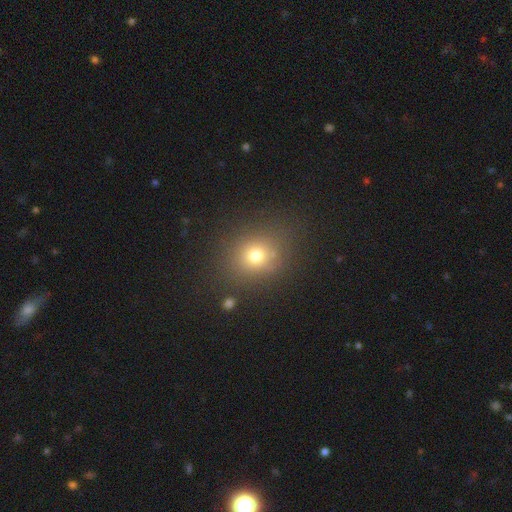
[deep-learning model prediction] smooth 72%, star or artifact 18%, featured or disk 10%. Down the decision tree: how rounded — round (72%); merging — none (79%).